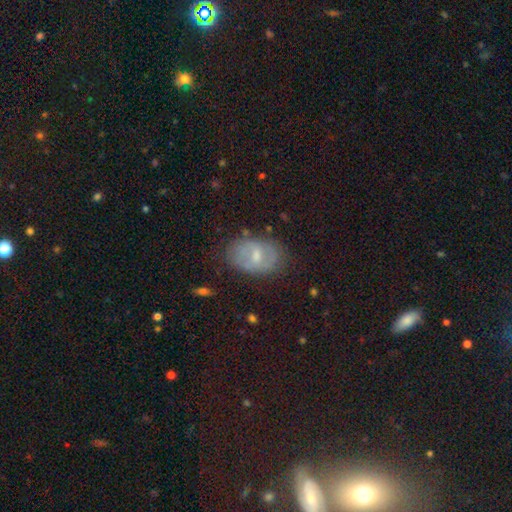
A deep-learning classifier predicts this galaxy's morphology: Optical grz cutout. It shows a featured or disk galaxy (48%). Merging: none (71%).